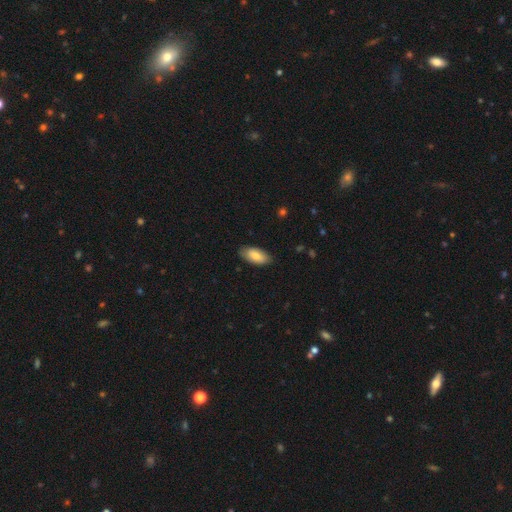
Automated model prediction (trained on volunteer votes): Smooth or featured? Predicted: smooth (p=0.82). How rounded? Predicted: in between (p=0.92). Merging? Predicted: none (p=0.84).